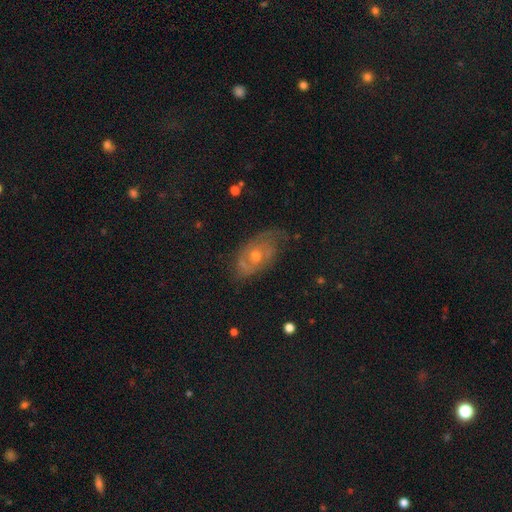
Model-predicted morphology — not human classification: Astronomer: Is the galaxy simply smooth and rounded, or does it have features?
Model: featured or disk — 62%.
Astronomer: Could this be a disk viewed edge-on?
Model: no — 93%.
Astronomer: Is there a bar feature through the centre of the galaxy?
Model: no — 79%.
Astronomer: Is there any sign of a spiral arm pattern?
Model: yes — 75%.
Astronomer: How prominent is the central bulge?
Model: moderate — 61%.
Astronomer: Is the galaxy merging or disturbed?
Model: none — 61%.